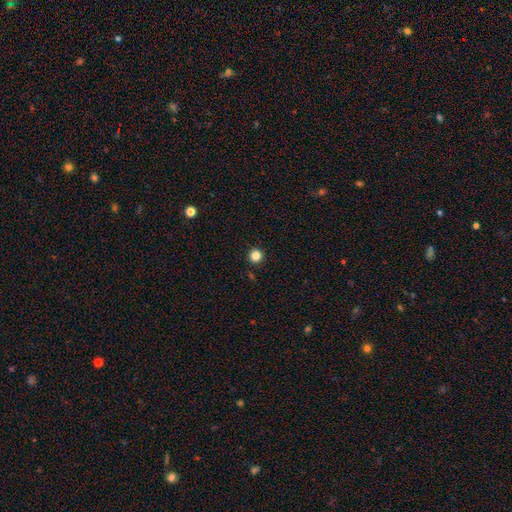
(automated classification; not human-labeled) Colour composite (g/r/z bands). It shows a smooth galaxy with no disk features (84%) that is round (96%). Merging: none (93%).